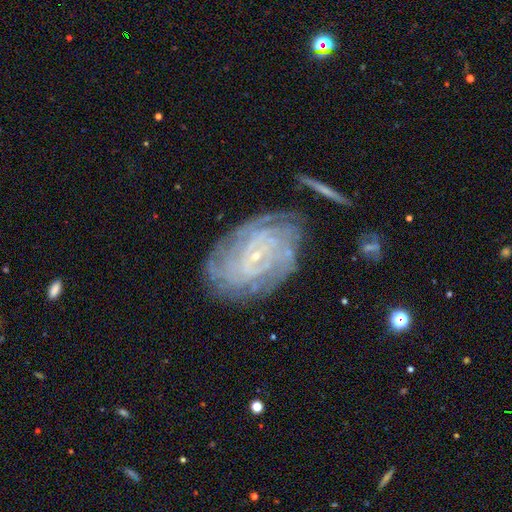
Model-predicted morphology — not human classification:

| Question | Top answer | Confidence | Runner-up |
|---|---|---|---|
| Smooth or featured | featured or disk | 85% | smooth (8%) |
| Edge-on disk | no | 96% | yes (4%) |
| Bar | no | 56% | weak (33%) |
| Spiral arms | yes | 95% | no (5%) |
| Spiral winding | tight | 82% | medium (15%) |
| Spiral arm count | can't tell | 37% | 4 (18%) |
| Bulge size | small | 88% | moderate (7%) |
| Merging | none | 72% | minor disturbance (17%) |